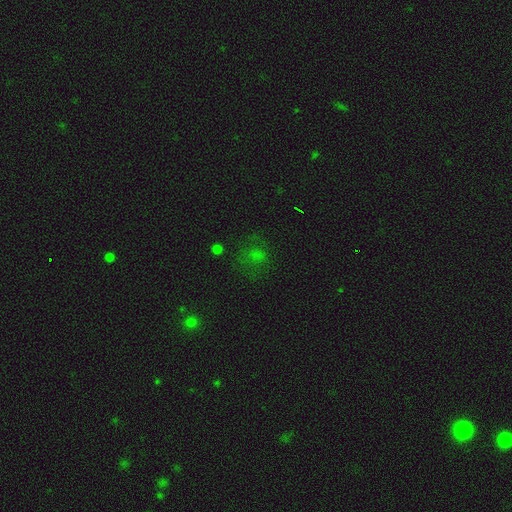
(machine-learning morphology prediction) Q: Smooth or featured?
A: smooth (53%); runner-up: star or artifact (33%)
Q: How rounded?
A: round (69%); runner-up: in between (30%)
Q: Merging?
A: none (64%); runner-up: minor disturbance (18%)